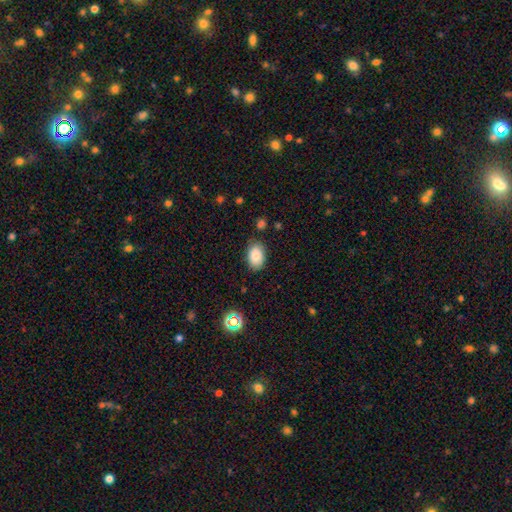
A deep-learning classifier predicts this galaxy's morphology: smooth_or_featured: smooth (p=0.85) [alt: star or artifact p=0.09]
how_rounded: in between (p=0.88) [alt: round p=0.11]
merging: none (p=0.80) [alt: minor disturbance p=0.15]